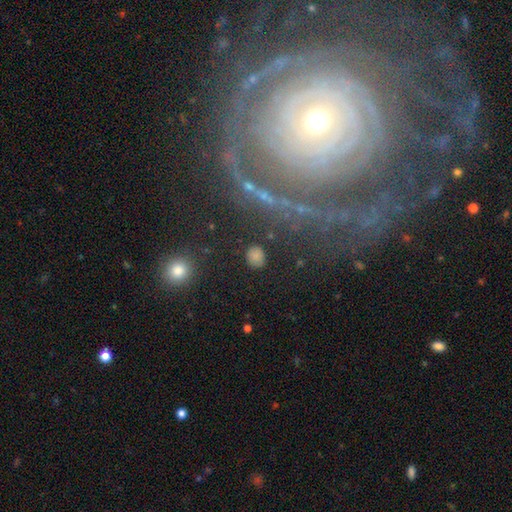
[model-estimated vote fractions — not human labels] smooth 76%, star or artifact 16%, featured or disk 8%. Down the decision tree: how rounded — round (72%); merging — none (83%).